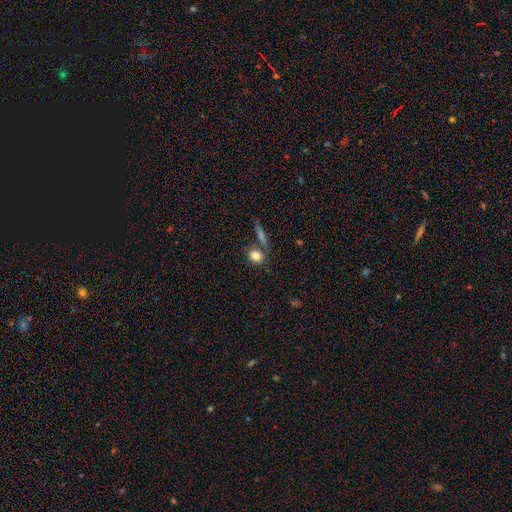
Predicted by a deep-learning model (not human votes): Q: Smooth or featured?
A: smooth (83%); runner-up: star or artifact (9%)
Q: How rounded?
A: round (68%); runner-up: in between (28%)
Q: Merging?
A: none (69%); runner-up: merger (17%)